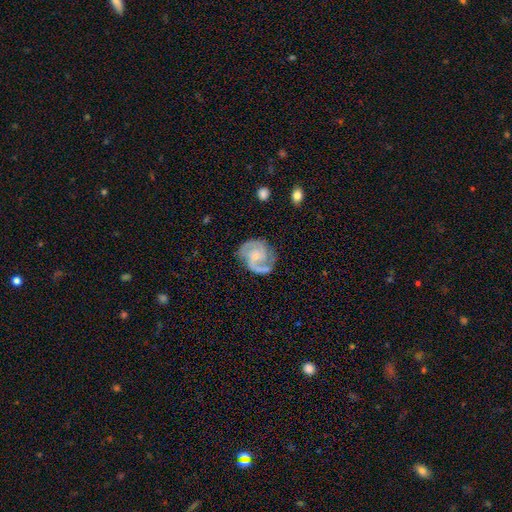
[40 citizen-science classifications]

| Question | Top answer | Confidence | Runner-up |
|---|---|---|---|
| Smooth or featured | featured or disk | 88% | smooth (10%) |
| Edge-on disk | no | 97% | yes (3%) |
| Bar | weak | 53% | no (47%) |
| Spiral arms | yes | 100% | — |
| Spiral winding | medium | 62% | tight (24%) |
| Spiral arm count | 2 | 97% | 1 (3%) |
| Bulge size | small | 74% | moderate (21%) |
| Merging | none | 72% | minor disturbance (23%) |